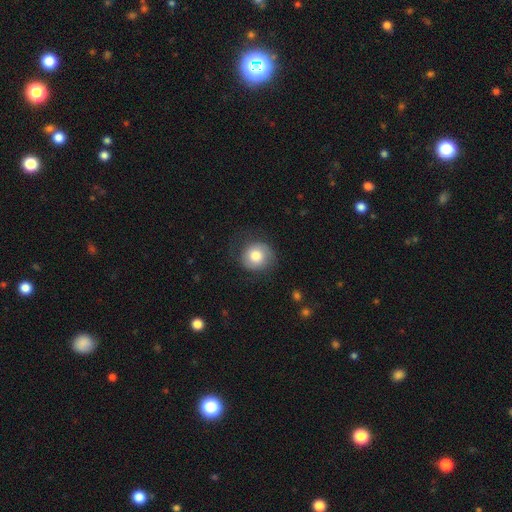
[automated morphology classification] Smooth or featured?
  - smooth: 71% *
  - featured or disk: 21%
  - star or artifact: 8%
How rounded?
  - round: 86% *
  - in between: 13%
  - cigar-shaped: 1%
Merging?
  - none: 69% *
  - minor disturbance: 19%
  - major disturbance: 11%
  - merger: 1%